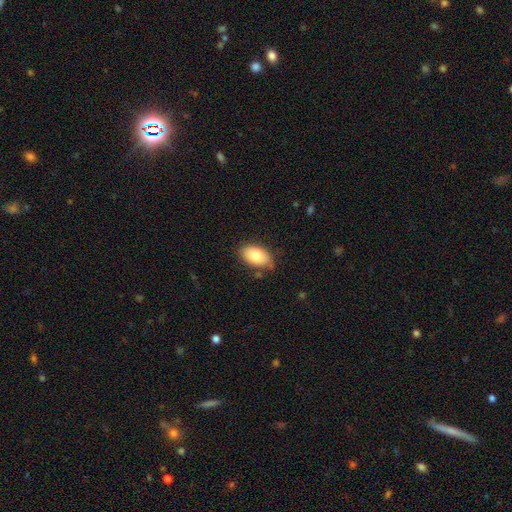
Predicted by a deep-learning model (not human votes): Smooth or featured? Predicted: smooth (p=0.82). How rounded? Predicted: in between (p=0.93). Merging? Predicted: none (p=0.77).